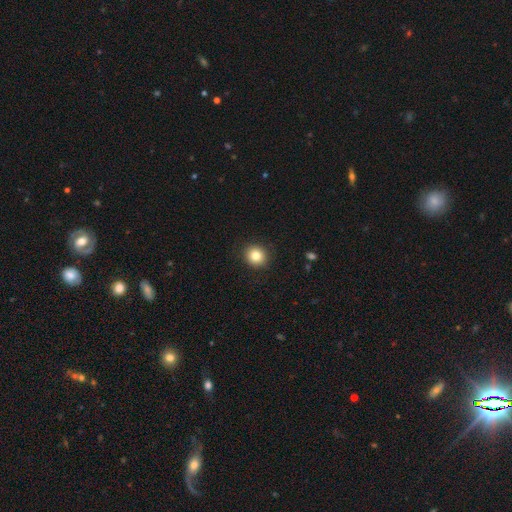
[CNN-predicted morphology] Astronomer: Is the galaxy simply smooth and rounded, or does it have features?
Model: smooth — 83%.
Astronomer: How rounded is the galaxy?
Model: round — 87%.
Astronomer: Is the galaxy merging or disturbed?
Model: none — 91%.